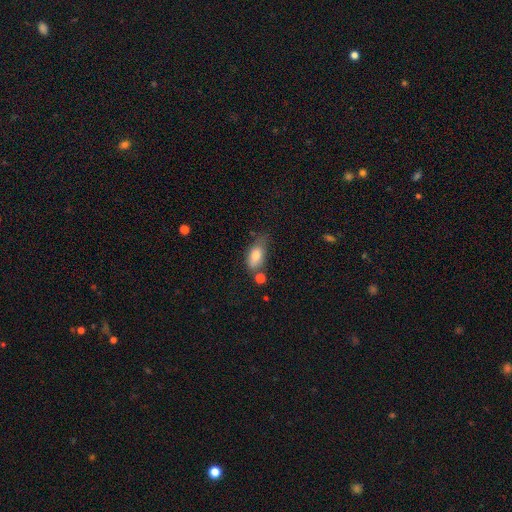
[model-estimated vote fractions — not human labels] Overall: smooth (77%). How rounded: in between (86%). Merging: none (51%; minor disturbance 28%).